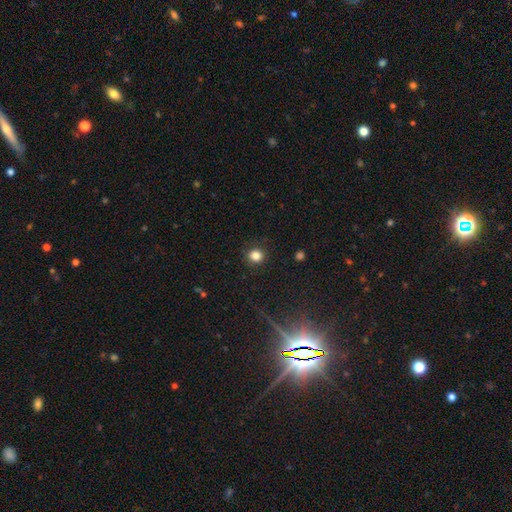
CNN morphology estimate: smooth 83%, star or artifact 12%, featured or disk 5%. Down the decision tree: how rounded — round (89%); merging — none (90%).